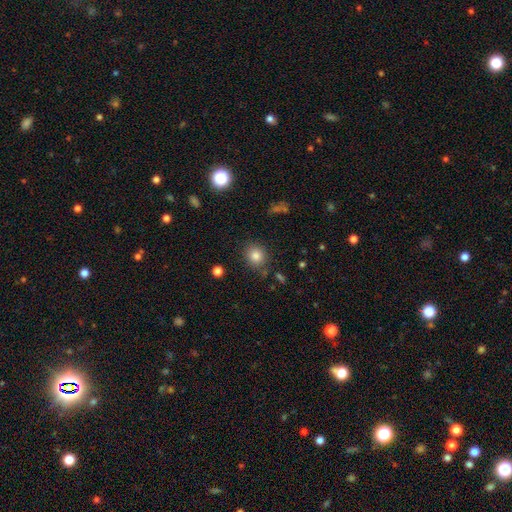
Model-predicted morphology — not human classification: Smooth or featured?
  - smooth: 82% *
  - star or artifact: 11%
  - featured or disk: 6%
How rounded?
  - round: 75% *
  - in between: 24%
  - cigar-shaped: 1%
Merging?
  - none: 84% *
  - minor disturbance: 10%
  - major disturbance: 3%
  - merger: 3%